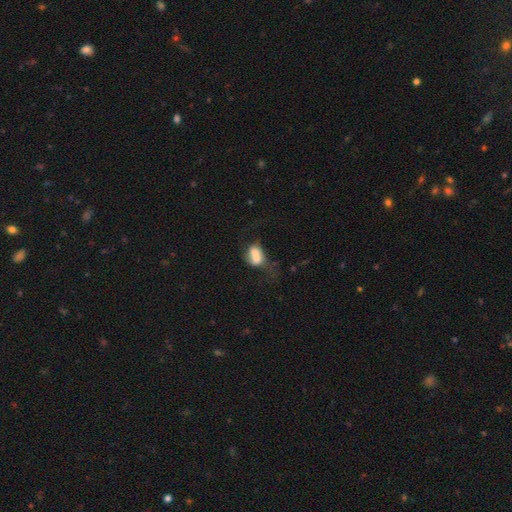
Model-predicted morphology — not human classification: smooth_or_featured: smooth (p=0.59) [alt: featured or disk p=0.30]
how_rounded: in between (p=0.69) [alt: round p=0.29]
merging: merger (p=0.48) [alt: major disturbance p=0.19]